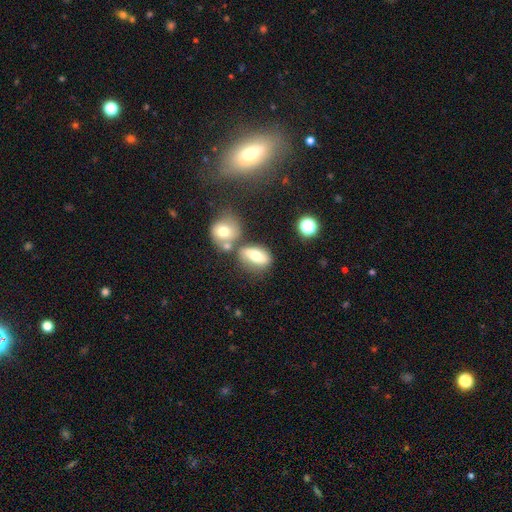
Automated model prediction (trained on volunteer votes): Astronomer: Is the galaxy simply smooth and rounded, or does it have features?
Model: smooth — 66%.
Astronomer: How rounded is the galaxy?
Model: in between — 72%.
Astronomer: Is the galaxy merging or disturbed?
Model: none — 56%.